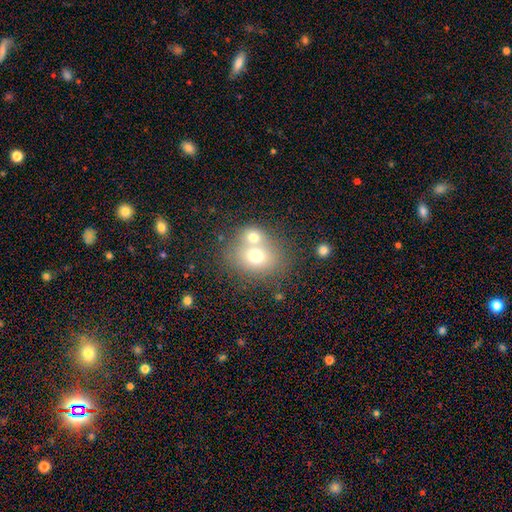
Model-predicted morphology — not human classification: smooth 67%, featured or disk 21%, star or artifact 12%. Down the decision tree: how rounded — round (57%); merging — merger (55%).